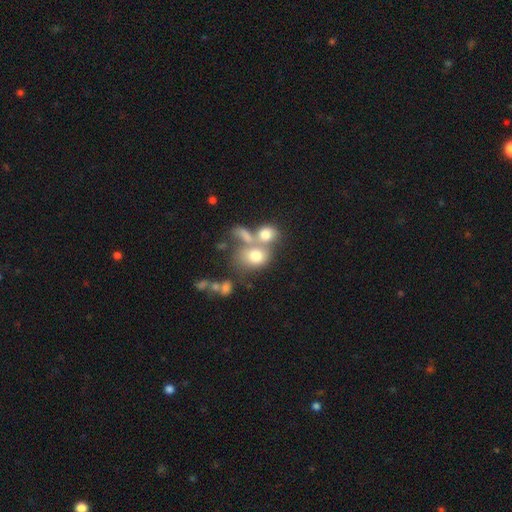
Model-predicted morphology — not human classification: A smooth galaxy with no disk features (69%) that is in between round and cigar-shaped (51%).

Vote fractions:
- Smooth or featured? smooth: 69% / featured or disk: 18% / star or artifact: 12%
- How rounded? in between: 51% / round: 47% / cigar-shaped: 2%
- Merging? merger: 50% / none: 30% / minor disturbance: 10% / major disturbance: 10%